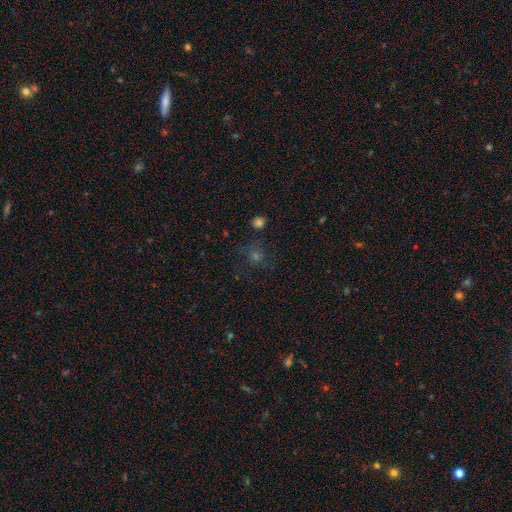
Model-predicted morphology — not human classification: A star or artifact, not a galaxy (44%).

Vote fractions:
- Smooth or featured? star or artifact: 44% / smooth: 36% / featured or disk: 20%